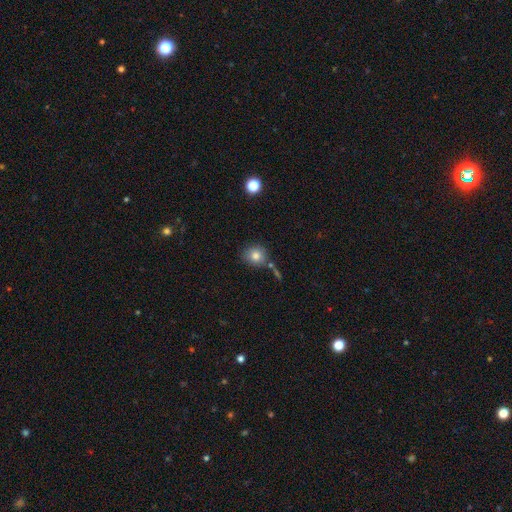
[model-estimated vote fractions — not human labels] Smooth or featured: smooth — 80% (star or artifact — 11%)
How rounded: round — 81% (in between — 18%)
Merging: none — 74% (minor disturbance — 13%)